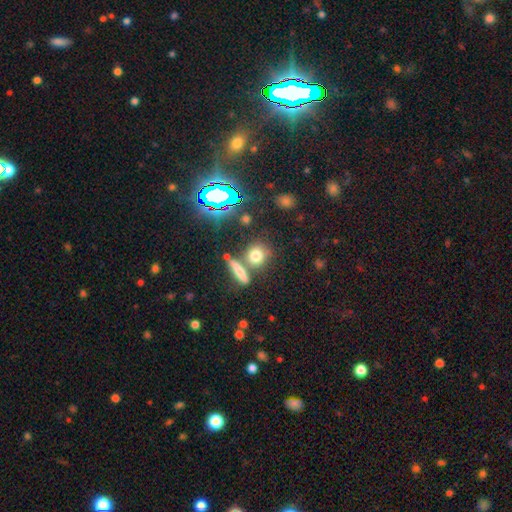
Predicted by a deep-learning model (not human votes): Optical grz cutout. It shows a smooth galaxy with no disk features (70%) that is round (75%). Merging: none (64%).